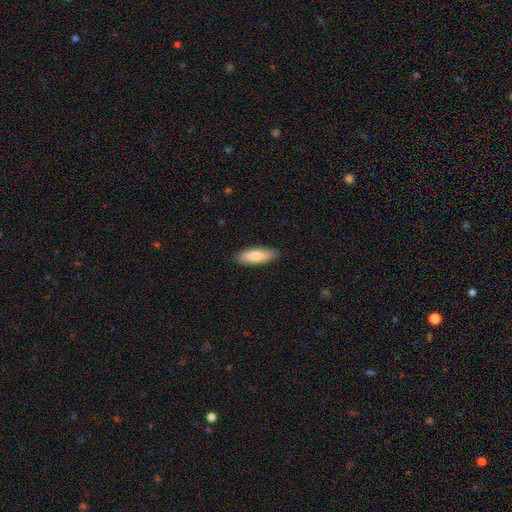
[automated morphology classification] smooth-or-featured: smooth: 80% | featured or disk: 15% | star or artifact: 6%
  how-rounded: in between: 54% | cigar-shaped: 44% | round: 2%
  merging: none: 89% | minor disturbance: 8% | major disturbance: 2% | merger: 1%